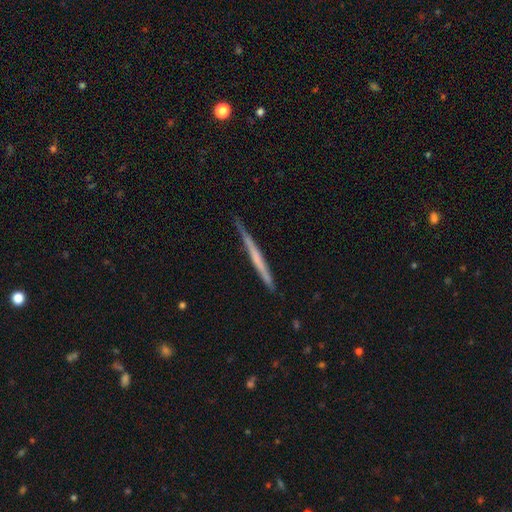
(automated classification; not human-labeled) Overall: featured or disk (56%; smooth 37%). Edge-on disk: yes (97%). Edge-on bulge: none (82%). Merging: none (88%).